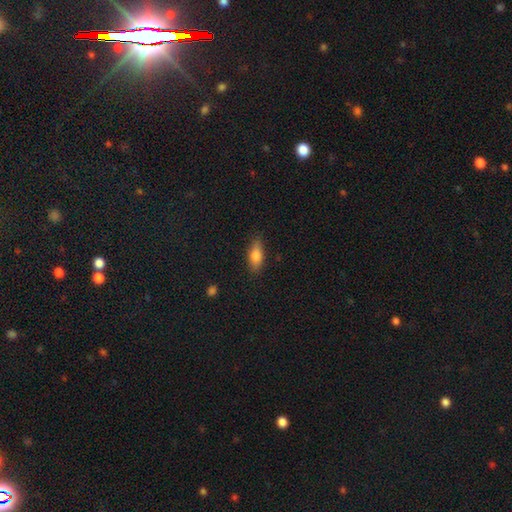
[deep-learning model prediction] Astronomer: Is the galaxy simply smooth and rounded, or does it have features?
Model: smooth — 78%.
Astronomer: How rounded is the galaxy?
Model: in between — 73%.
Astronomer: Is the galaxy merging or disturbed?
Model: none — 82%.